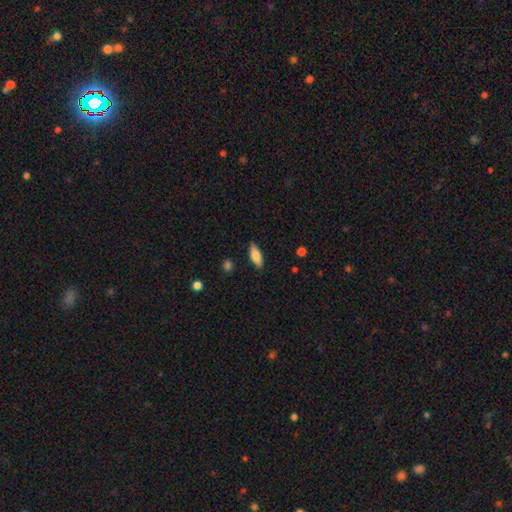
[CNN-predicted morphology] Smooth or featured: smooth — 73% (featured or disk — 21%)
How rounded: in between — 69% (cigar-shaped — 28%)
Merging: none — 88% (minor disturbance — 9%)